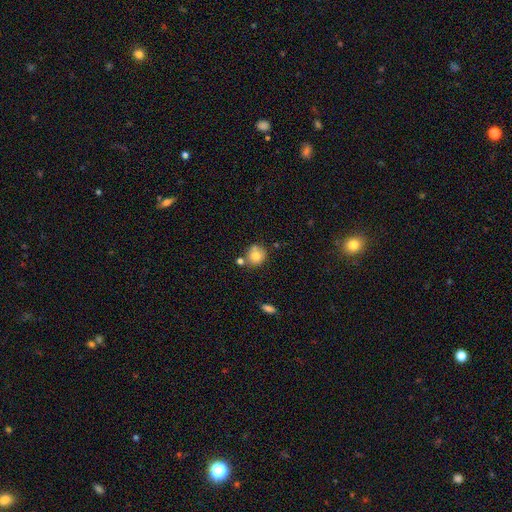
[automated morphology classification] Overall: smooth (78%). How rounded: round (85%). Merging: none (63%).